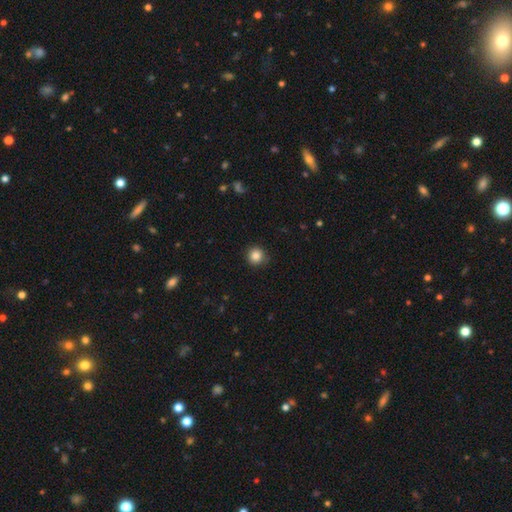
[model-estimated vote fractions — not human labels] Overall: smooth (86%). How rounded: round (94%). Merging: none (89%).